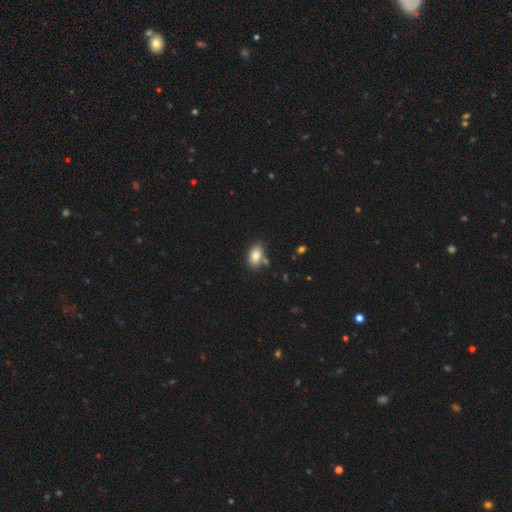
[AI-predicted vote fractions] Morphology: type=smooth (83%); roundness=in between (90%); merging=none (72%).